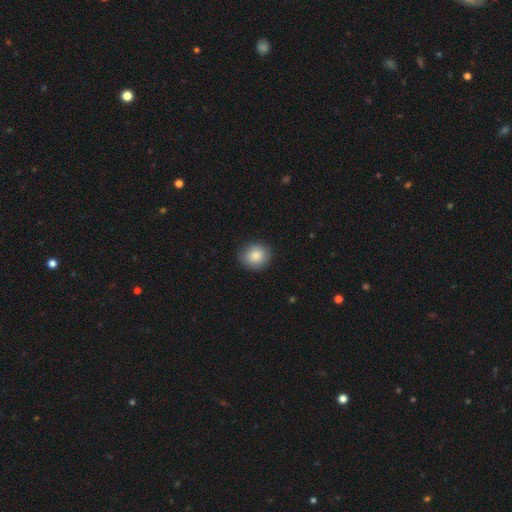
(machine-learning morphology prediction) The model was most divided on "how rounded": round: 80%, in between: 19%, cigar-shaped: 1%. More confident: merging — none (87%); smooth or featured — smooth (85%).